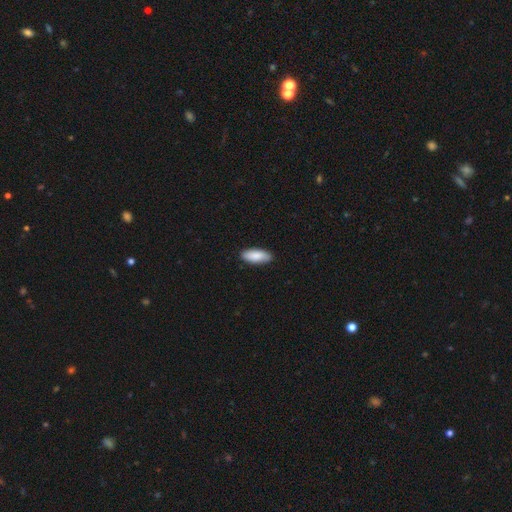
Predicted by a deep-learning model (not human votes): The model was most divided on "how rounded": in between: 80%, cigar-shaped: 19%, round: 2%. More confident: merging — none (89%); smooth or featured — smooth (86%).